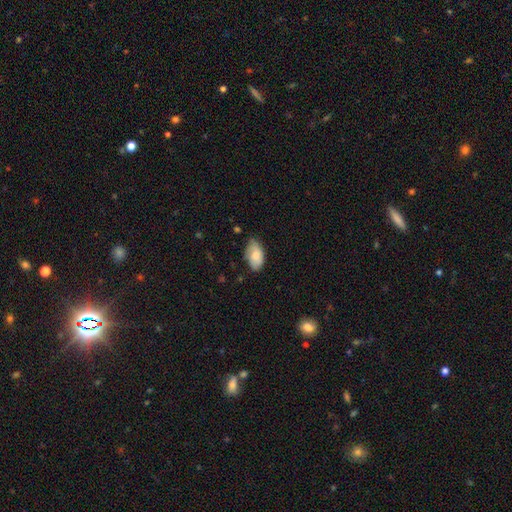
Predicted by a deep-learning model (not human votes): smooth-or-featured: smooth: 77% | featured or disk: 16% | star or artifact: 7%
  how-rounded: in between: 93% | round: 4% | cigar-shaped: 2%
  merging: none: 58% | minor disturbance: 33% | major disturbance: 7% | merger: 2%